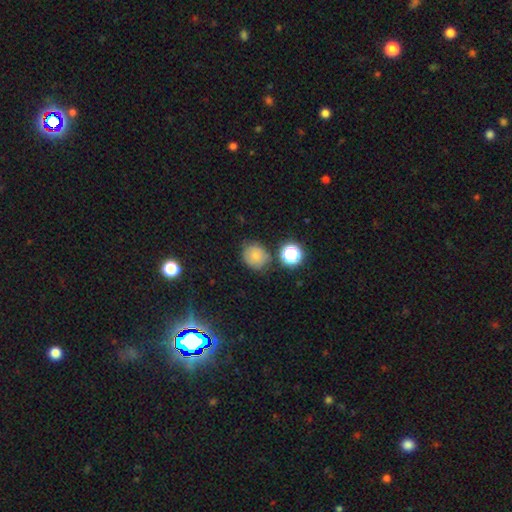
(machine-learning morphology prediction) Smooth or featured? Predicted: smooth (p=0.74). How rounded? Predicted: round (p=0.82). Merging? Predicted: none (p=0.73).